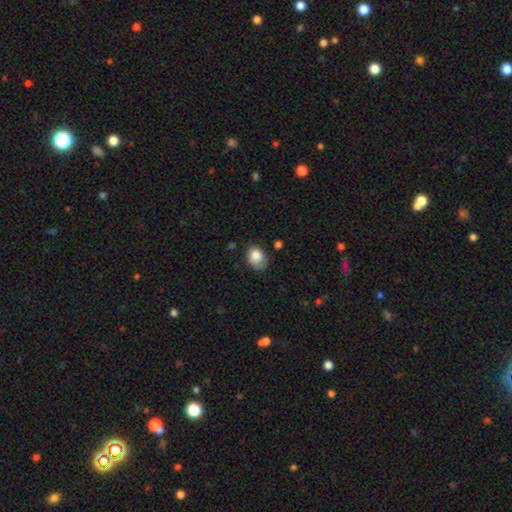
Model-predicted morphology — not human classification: smooth-or-featured: smooth: 85% | star or artifact: 9% | featured or disk: 7%
  how-rounded: in between: 56% | round: 43% | cigar-shaped: 1%
  merging: none: 59% | minor disturbance: 31% | major disturbance: 7% | merger: 3%